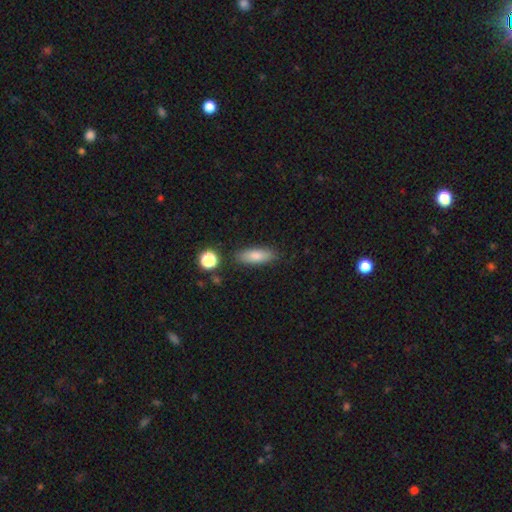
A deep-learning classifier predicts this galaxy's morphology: A smooth galaxy with no disk features (78%) that is in between round and cigar-shaped (56%).

Vote fractions:
- Smooth or featured? smooth: 78% / featured or disk: 14% / star or artifact: 9%
- How rounded? in between: 56% / cigar-shaped: 40% / round: 3%
- Merging? none: 84% / minor disturbance: 10% / merger: 3% / major disturbance: 3%